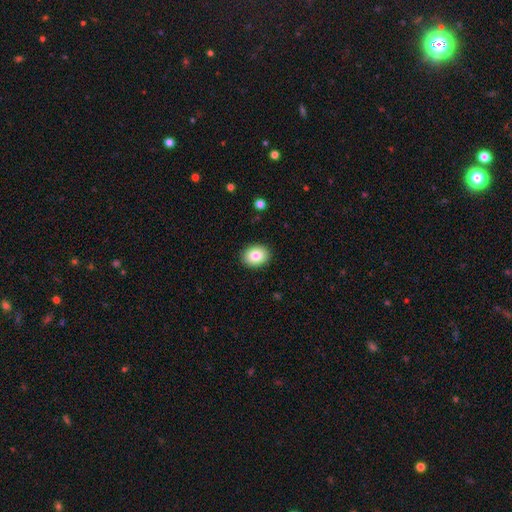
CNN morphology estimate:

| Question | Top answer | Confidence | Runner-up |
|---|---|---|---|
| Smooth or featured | smooth | 84% | star or artifact (8%) |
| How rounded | in between | 56% | round (43%) |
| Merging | none | 90% | minor disturbance (7%) |